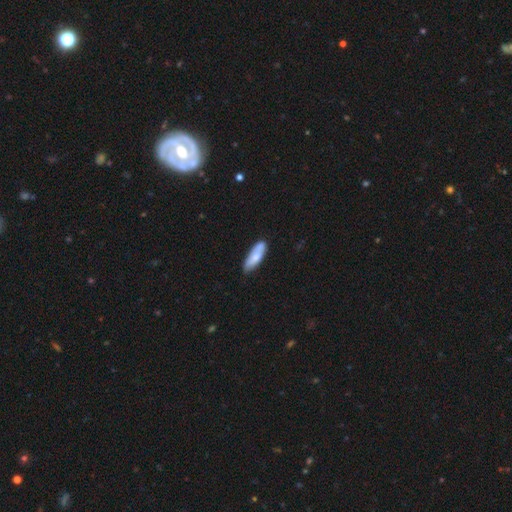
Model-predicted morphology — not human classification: Q: Smooth or featured?
A: smooth (74%); runner-up: featured or disk (20%)
Q: How rounded?
A: in between (55%); runner-up: cigar-shaped (43%)
Q: Merging?
A: none (73%); runner-up: minor disturbance (21%)